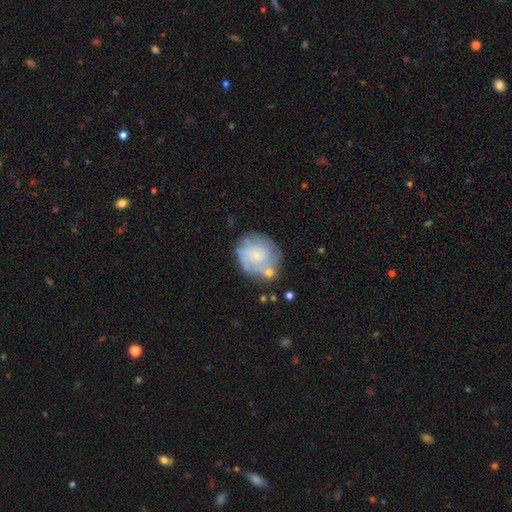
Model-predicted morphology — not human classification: Q: Smooth or featured?
A: featured or disk (57%); runner-up: smooth (35%)
Q: Edge-on disk?
A: no (98%); runner-up: yes (2%)
Q: Bar?
A: no (80%); runner-up: weak (17%)
Q: Spiral arms?
A: yes (68%); runner-up: no (32%)
Q: Bulge size?
A: small (67%); runner-up: moderate (21%)
Q: Merging?
A: none (55%); runner-up: minor disturbance (23%)